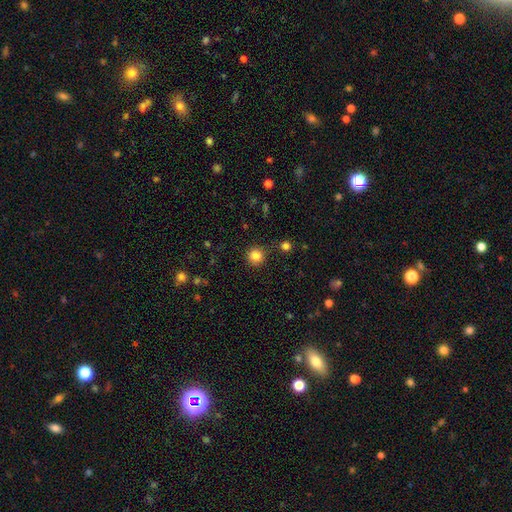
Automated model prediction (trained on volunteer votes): This is clearly a smooth galaxy (84%). How rounded: clearly round (94%). Merging: clearly none (86%).